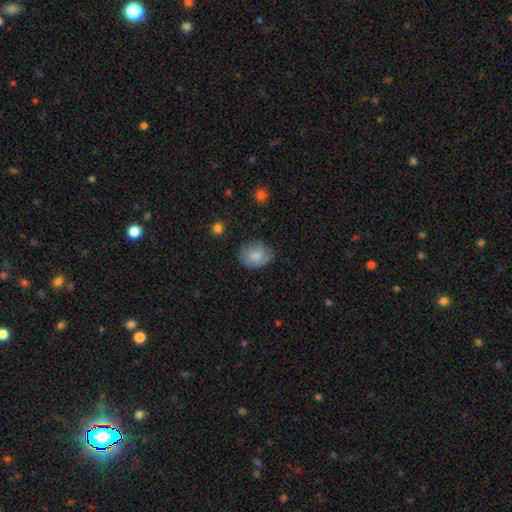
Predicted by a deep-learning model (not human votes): Smooth or featured?
  - smooth: 82% *
  - featured or disk: 11%
  - star or artifact: 7%
How rounded?
  - round: 58% *
  - in between: 41%
  - cigar-shaped: 1%
Merging?
  - none: 77% *
  - minor disturbance: 18%
  - major disturbance: 4%
  - merger: 1%